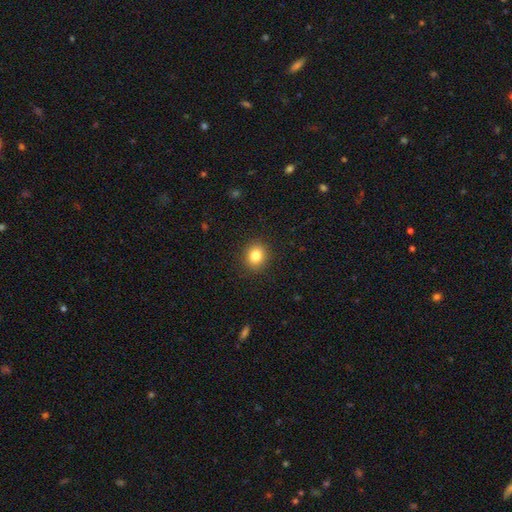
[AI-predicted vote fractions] This is clearly a smooth galaxy (83%). How rounded: likely round (76%). Merging: clearly none (90%).